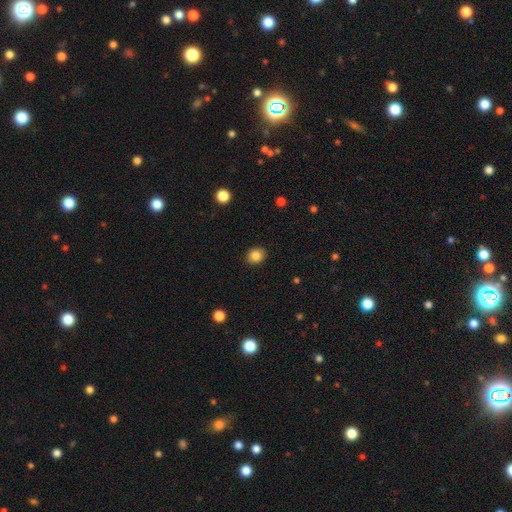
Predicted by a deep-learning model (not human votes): Smooth or featured? smooth (84%)
How rounded? round (53%)
Merging? none (89%)